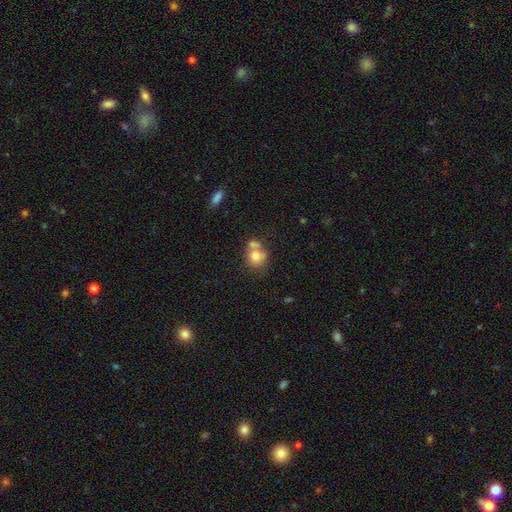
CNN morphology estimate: Overall: smooth (73%). How rounded: round (70%). Merging: merger (47%; none 34%).